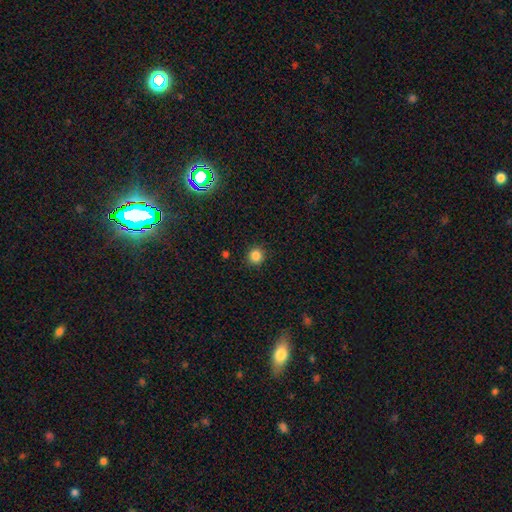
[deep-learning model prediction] The model was most divided on "smooth or featured": smooth: 85%, star or artifact: 12%, featured or disk: 3%. More confident: how rounded — round (91%); merging — none (90%).